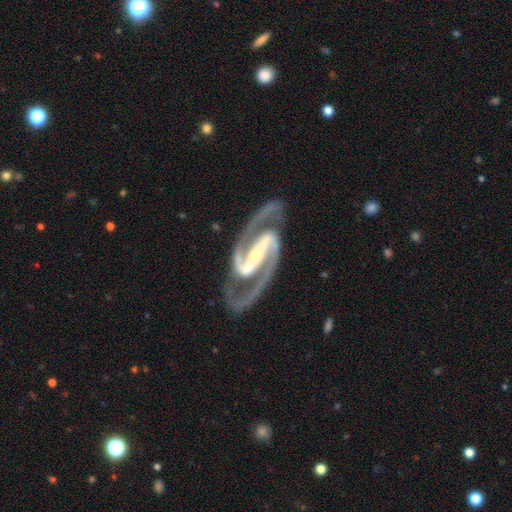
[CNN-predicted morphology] A featured or disk galaxy (95%) with a strong bar (82%), 2 (95%) medium (61%) spiral arms (99%) and a small central bulge (66%).

Vote fractions:
- Smooth or featured? featured or disk: 95% / star or artifact: 3% / smooth: 2%
- Edge-on disk? no: 97% / yes: 3%
- Bar? strong: 82% / weak: 12% / no: 5%
- Spiral arms? yes: 99% / no: 1%
- Spiral winding? medium: 61% / tight: 30% / loose: 9%
- Spiral arm count? 2: 95% / 3: 1% / can't tell: 1% / 1: 1% / 4: 1% / more than 4: 1%
- Bulge size? small: 66% / moderate: 28% / large: 3% / none: 2% / dominant: 1%
- Merging? none: 83% / minor disturbance: 11% / major disturbance: 4% / merger: 2%